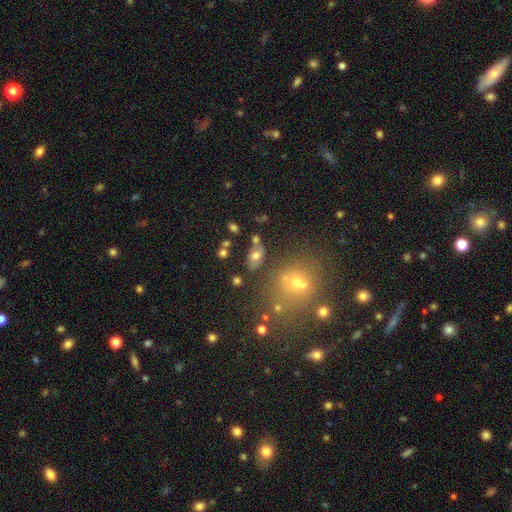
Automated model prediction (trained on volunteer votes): Smooth or featured?
  - smooth: 67% *
  - featured or disk: 21%
  - star or artifact: 12%
How rounded?
  - in between: 86% *
  - round: 12%
  - cigar-shaped: 3%
Merging?
  - none: 66% *
  - minor disturbance: 16%
  - merger: 13%
  - major disturbance: 6%